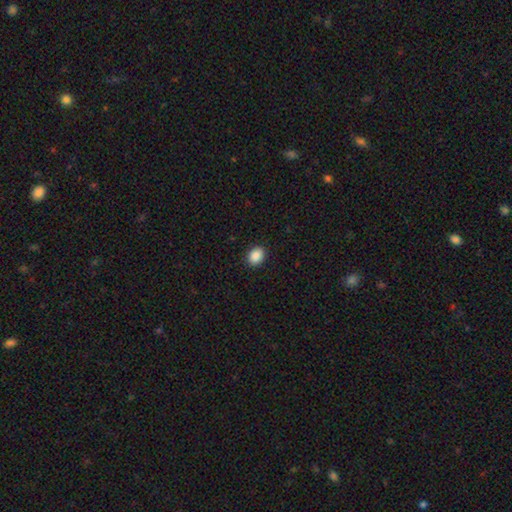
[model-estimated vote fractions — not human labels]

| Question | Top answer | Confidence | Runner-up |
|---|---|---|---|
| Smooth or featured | smooth | 89% | star or artifact (8%) |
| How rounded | in between | 53% | round (46%) |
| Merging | none | 91% | minor disturbance (6%) |